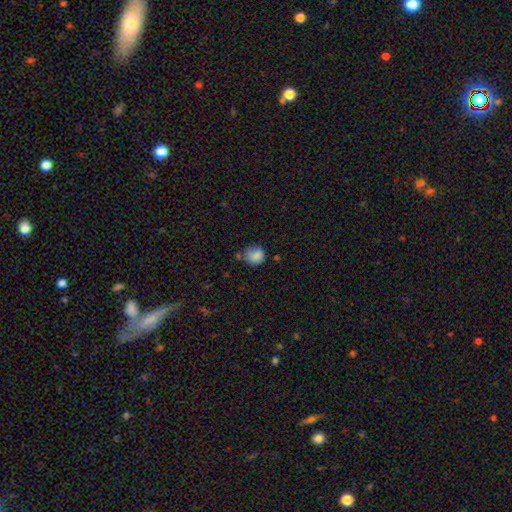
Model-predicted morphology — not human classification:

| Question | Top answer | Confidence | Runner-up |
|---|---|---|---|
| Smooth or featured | smooth | 85% | star or artifact (9%) |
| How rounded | round | 78% | in between (21%) |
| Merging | none | 58% | minor disturbance (28%) |